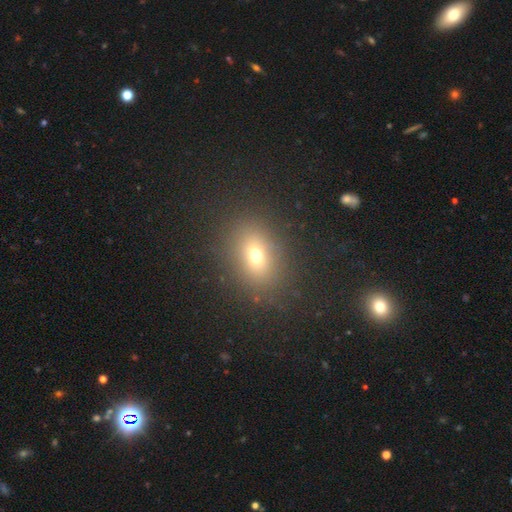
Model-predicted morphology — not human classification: A smooth galaxy with no disk features (68%) that is in between round and cigar-shaped (58%).

Vote fractions:
- Smooth or featured? smooth: 68% / star or artifact: 18% / featured or disk: 13%
- How rounded? in between: 58% / round: 40% / cigar-shaped: 2%
- Merging? none: 84% / minor disturbance: 9% / major disturbance: 5% / merger: 1%